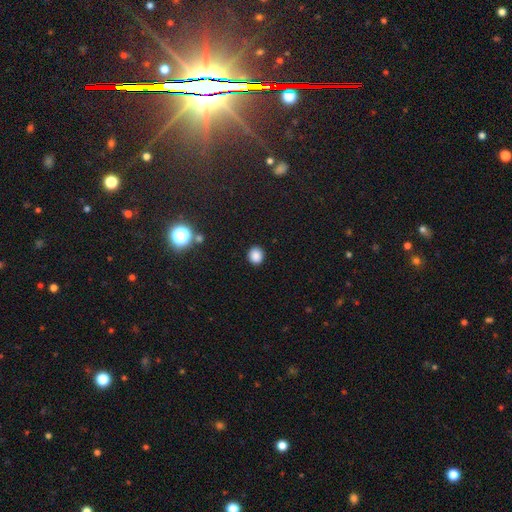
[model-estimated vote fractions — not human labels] Smooth or featured: smooth — 85% (star or artifact — 12%)
How rounded: round — 76% (in between — 23%)
Merging: none — 89% (minor disturbance — 7%)